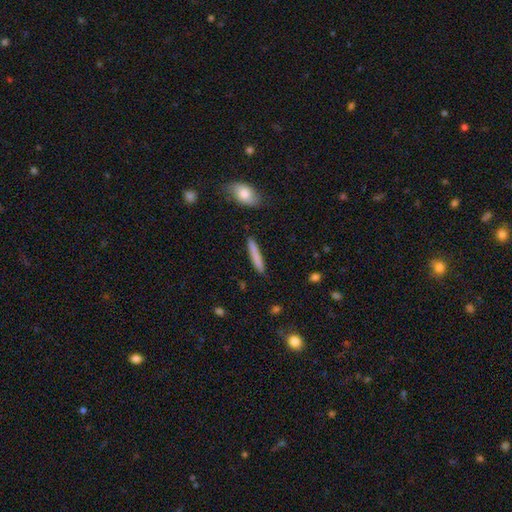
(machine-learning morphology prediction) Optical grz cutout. It shows a smooth galaxy with no disk features (78%) that is cigar-shaped (93%). Merging: none (89%).